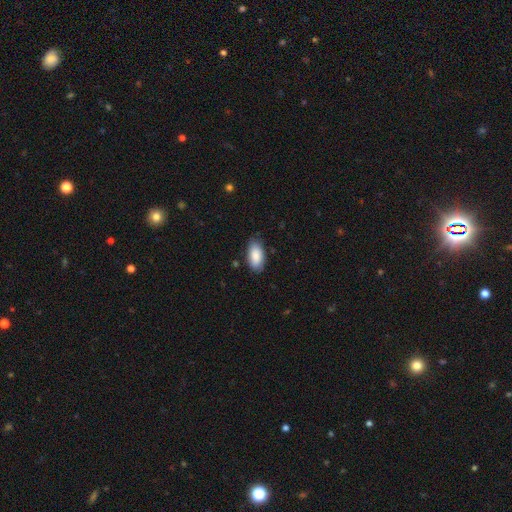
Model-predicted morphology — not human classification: Q: Smooth or featured?
A: smooth (86%); runner-up: featured or disk (8%)
Q: How rounded?
A: in between (92%); runner-up: cigar-shaped (5%)
Q: Merging?
A: none (80%); runner-up: minor disturbance (16%)